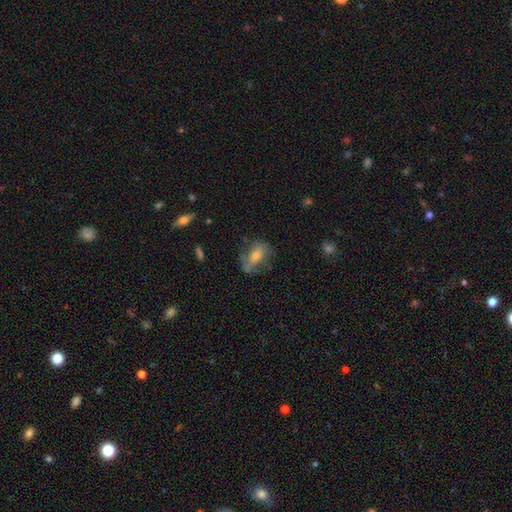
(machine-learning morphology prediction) type=featured or disk (45%); merging=none (57%).